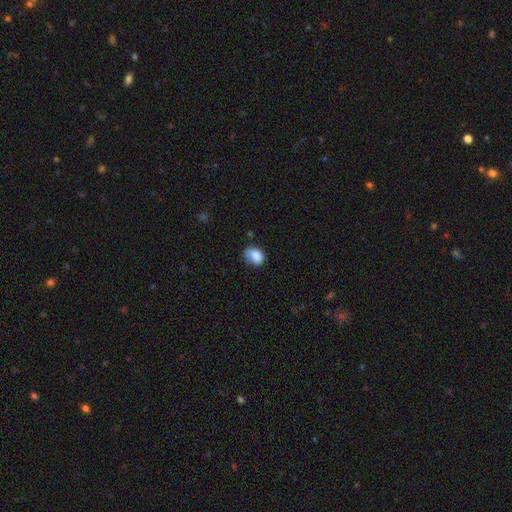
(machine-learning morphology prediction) A smooth galaxy with no disk features (83%) that is in between round and cigar-shaped (62%). Merging: none (52%).